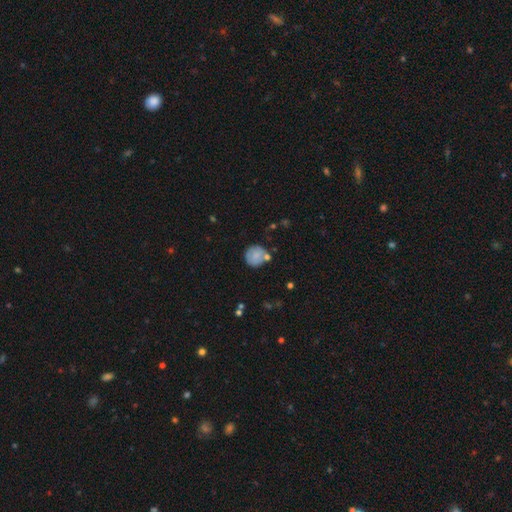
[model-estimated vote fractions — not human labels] Smooth or featured?
  - smooth: 71% *
  - featured or disk: 20%
  - star or artifact: 9%
How rounded?
  - round: 87% *
  - in between: 12%
  - cigar-shaped: 1%
Merging?
  - none: 60% *
  - minor disturbance: 19%
  - merger: 15%
  - major disturbance: 6%